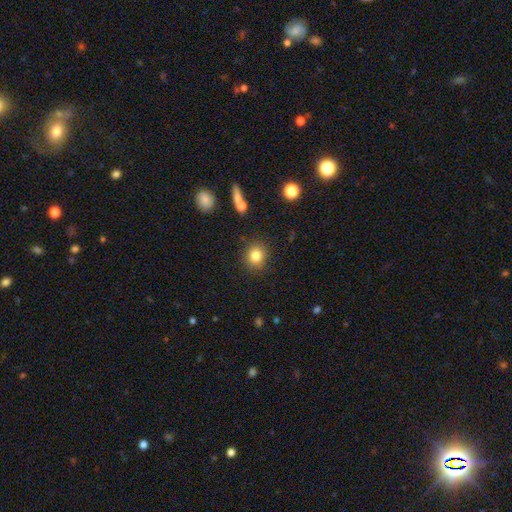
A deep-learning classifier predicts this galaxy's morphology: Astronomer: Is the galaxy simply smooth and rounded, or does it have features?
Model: smooth — 83%.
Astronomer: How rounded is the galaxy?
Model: round — 82%.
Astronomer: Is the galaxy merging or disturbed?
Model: none — 87%.